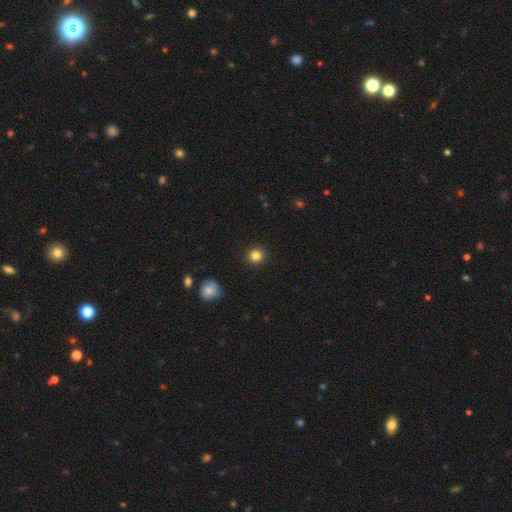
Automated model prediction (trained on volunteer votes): smooth-or-featured: smooth: 84% | star or artifact: 11% | featured or disk: 4%
  how-rounded: round: 92% | in between: 7% | cigar-shaped: 1%
  merging: none: 93% | minor disturbance: 5% | major disturbance: 2% | merger: 1%